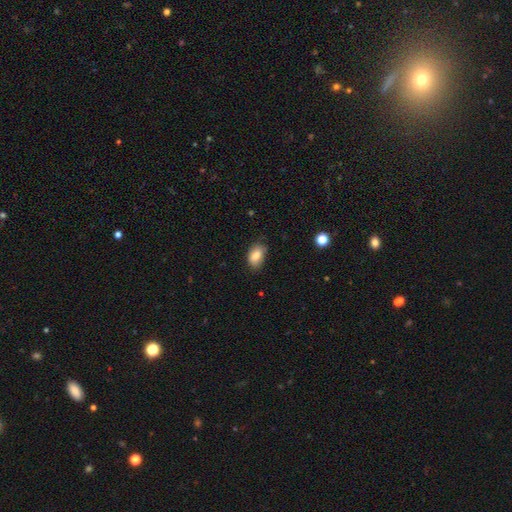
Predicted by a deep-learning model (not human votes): Smooth or featured?
  - smooth: 83% *
  - featured or disk: 9%
  - star or artifact: 8%
How rounded?
  - in between: 88% *
  - round: 10%
  - cigar-shaped: 2%
Merging?
  - none: 75% *
  - minor disturbance: 20%
  - major disturbance: 3%
  - merger: 1%